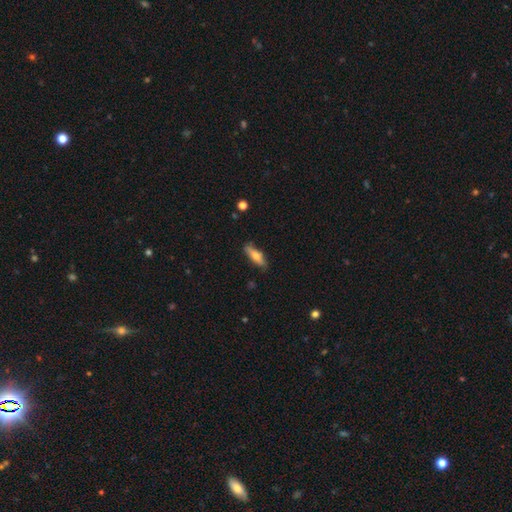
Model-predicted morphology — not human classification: Overall: smooth (64%; featured or disk 29%). How rounded: cigar-shaped (56%; in between 42%). Merging: none (81%).